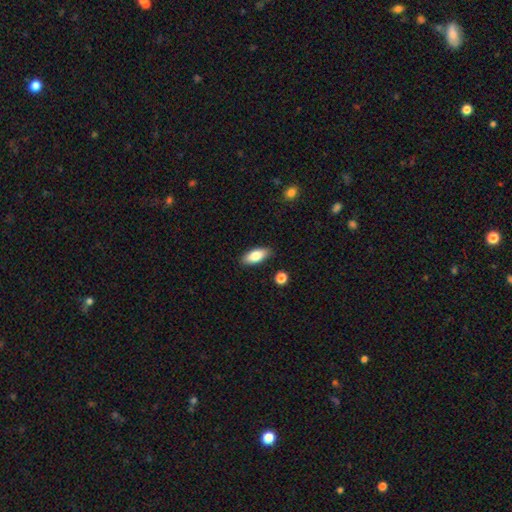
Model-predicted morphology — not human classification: Overall: smooth (80%). How rounded: in between (84%). Merging: none (87%).